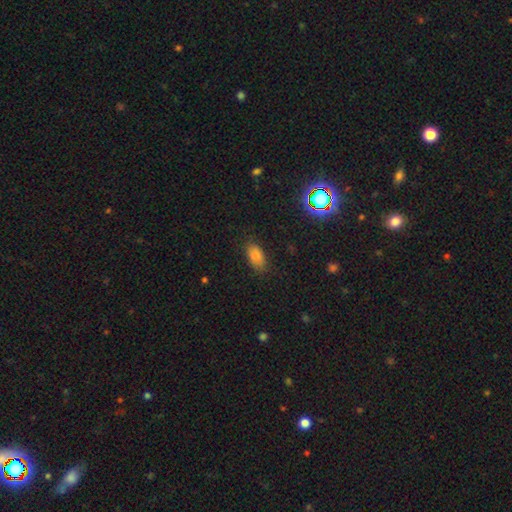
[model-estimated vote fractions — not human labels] Smooth or featured? Predicted: smooth (p=0.82). How rounded? Predicted: in between (p=0.91). Merging? Predicted: none (p=0.78).